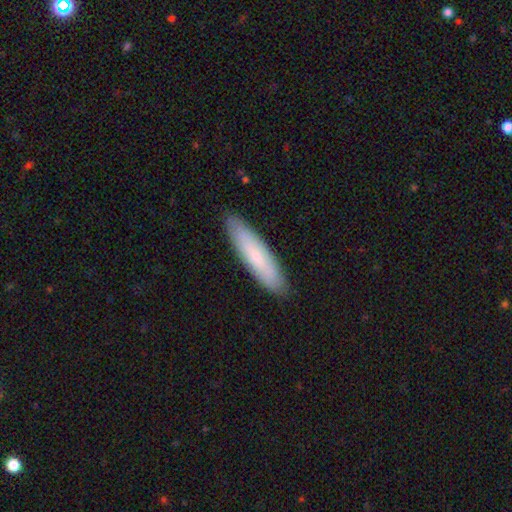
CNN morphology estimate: Smooth or featured: smooth — 67% (featured or disk — 27%)
How rounded: cigar-shaped — 76% (in between — 23%)
Merging: none — 89% (minor disturbance — 9%)